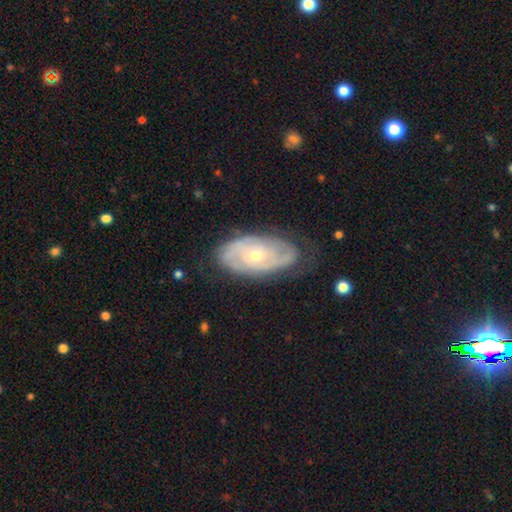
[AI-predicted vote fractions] smooth-or-featured: featured or disk: 77% | smooth: 17% | star or artifact: 6%
  disk-edge-on: no: 94% | yes: 6%
    bar: no: 74% | weak: 22% | strong: 4%
    has-spiral-arms: yes: 87% | no: 13%
      spiral-winding: tight: 65% | medium: 26% | loose: 8%
      spiral-arm-count: can't tell: 42% | 2: 36% | 3: 11% | 4: 5% | 1: 4% | more than 4: 3%
    bulge-size: small: 54% | moderate: 43% | large: 1% | none: 1% | dominant: 1%
  merging: none: 71% | minor disturbance: 21% | major disturbance: 7% | merger: 1%